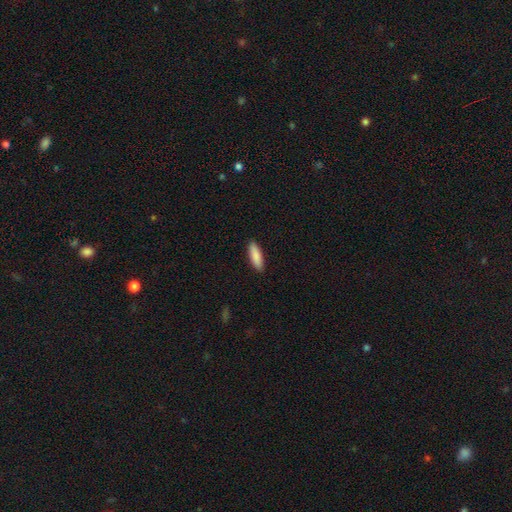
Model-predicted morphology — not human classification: Q: Smooth or featured?
A: smooth (88%); runner-up: featured or disk (6%)
Q: How rounded?
A: cigar-shaped (52%); runner-up: in between (47%)
Q: Merging?
A: none (90%); runner-up: minor disturbance (7%)